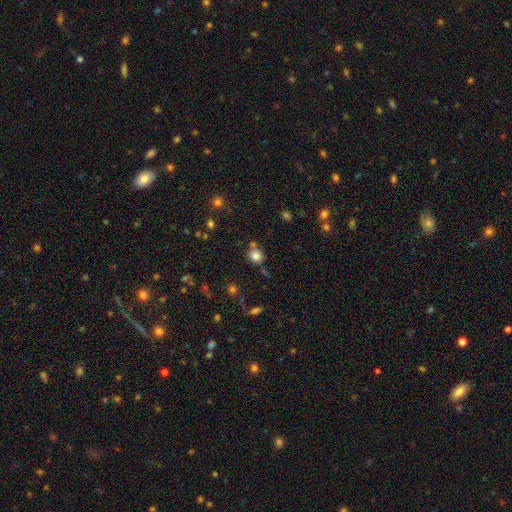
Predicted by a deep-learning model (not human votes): This appears to be a smooth galaxy with no disk features (81%) that is round (81%). Merging: none (67%).